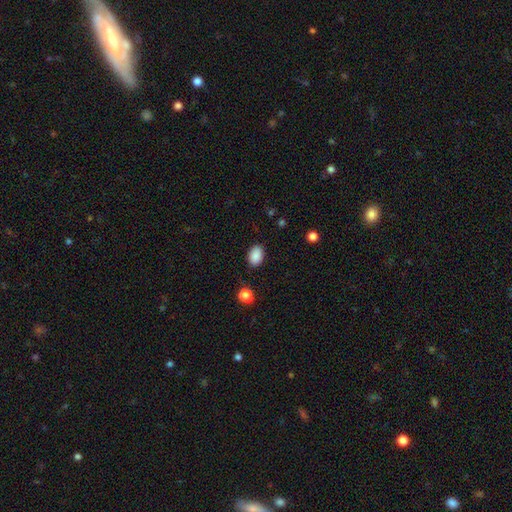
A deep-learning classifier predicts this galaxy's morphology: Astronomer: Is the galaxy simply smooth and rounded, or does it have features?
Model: smooth — 89%.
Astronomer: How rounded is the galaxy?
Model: in between — 85%.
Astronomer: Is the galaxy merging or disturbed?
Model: none — 87%.